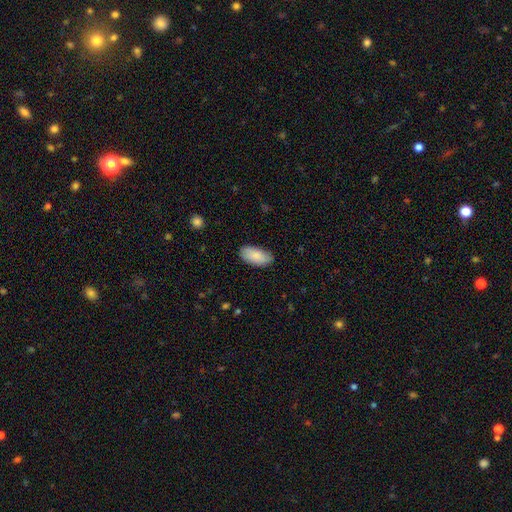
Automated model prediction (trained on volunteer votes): Q: Smooth or featured?
A: smooth (87%); runner-up: featured or disk (7%)
Q: How rounded?
A: in between (94%); runner-up: cigar-shaped (5%)
Q: Merging?
A: none (83%); runner-up: minor disturbance (13%)